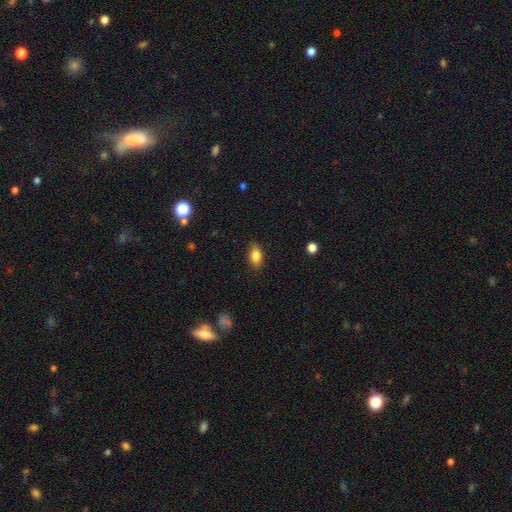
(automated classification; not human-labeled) The model was most divided on "smooth or featured": smooth: 81%, featured or disk: 10%, star or artifact: 8%. More confident: how rounded — in between (85%); merging — none (85%).